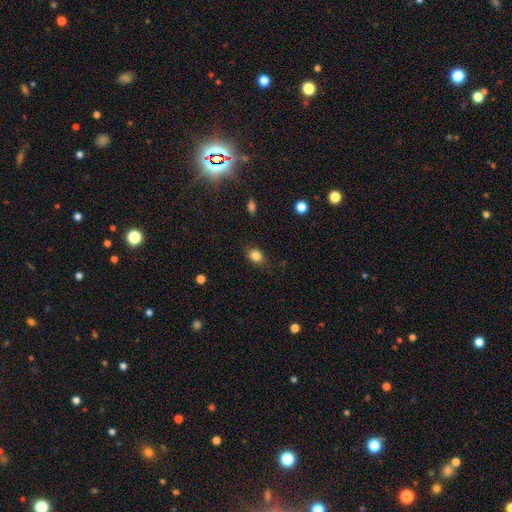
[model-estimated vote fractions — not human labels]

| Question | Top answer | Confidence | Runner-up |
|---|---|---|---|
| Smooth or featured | smooth | 84% | star or artifact (10%) |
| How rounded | in between | 68% | round (31%) |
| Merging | none | 81% | minor disturbance (14%) |